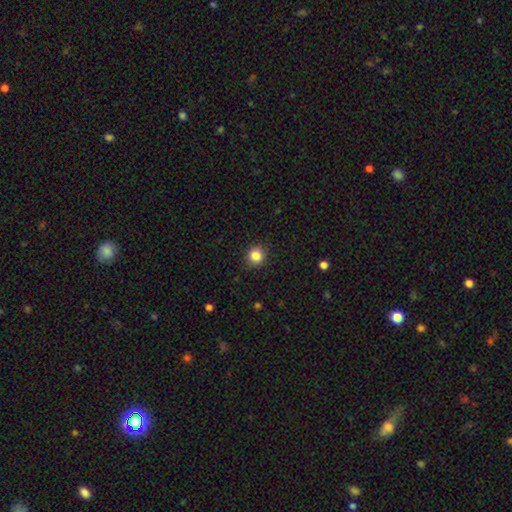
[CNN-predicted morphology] Smooth or featured? smooth (84%)
How rounded? round (87%)
Merging? none (90%)